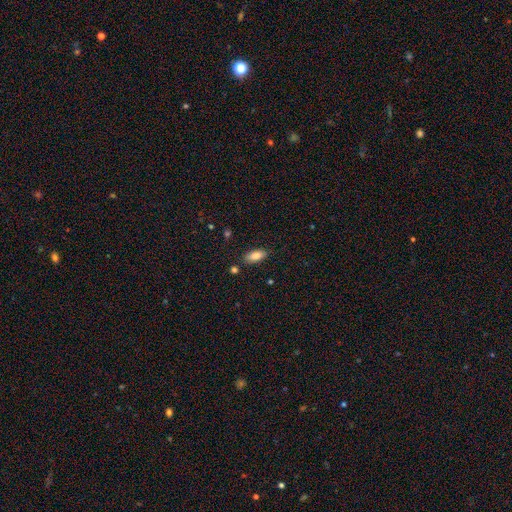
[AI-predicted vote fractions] This appears to be a smooth galaxy with no disk features (84%) that is in between round and cigar-shaped (85%). Merging: none (84%).